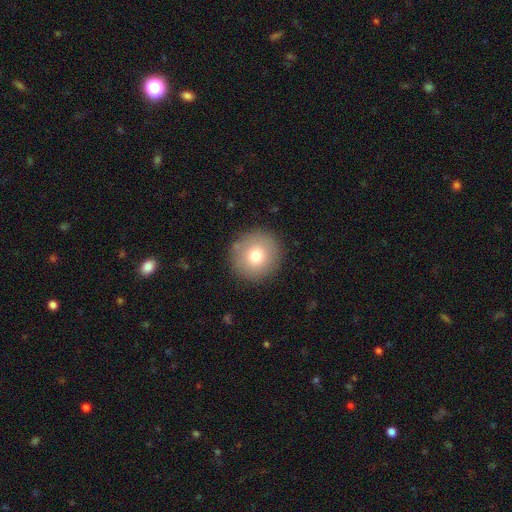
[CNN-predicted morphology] smooth_or_featured: smooth (p=0.75) [alt: featured or disk p=0.14]
how_rounded: round (p=0.95) [alt: in between p=0.04]
merging: none (p=0.89) [alt: minor disturbance p=0.07]